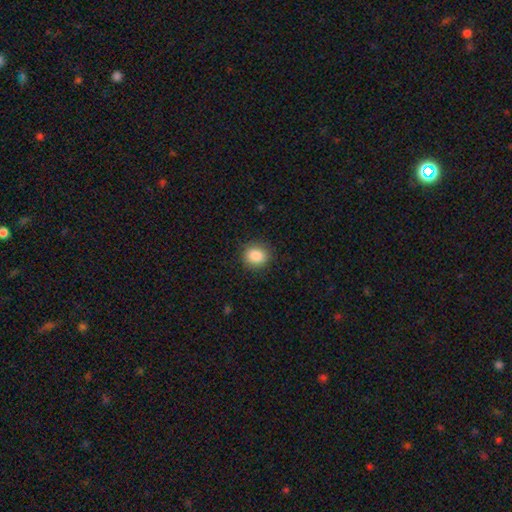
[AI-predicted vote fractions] Q: Smooth or featured?
A: smooth (88%); runner-up: star or artifact (9%)
Q: How rounded?
A: round (76%); runner-up: in between (23%)
Q: Merging?
A: none (88%); runner-up: minor disturbance (9%)